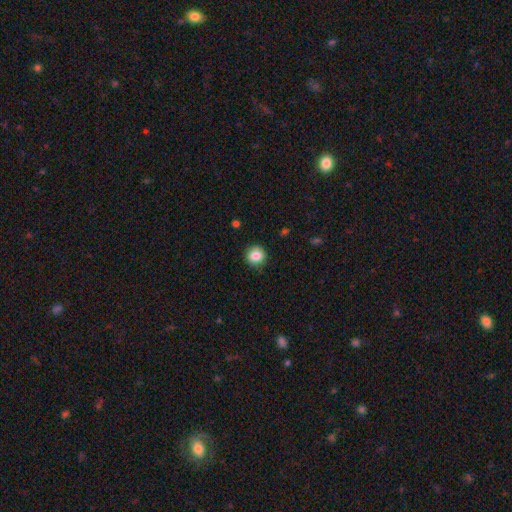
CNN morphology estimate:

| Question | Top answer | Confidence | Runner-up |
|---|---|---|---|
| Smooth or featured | smooth | 83% | star or artifact (9%) |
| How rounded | round | 82% | in between (17%) |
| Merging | none | 83% | minor disturbance (13%) |